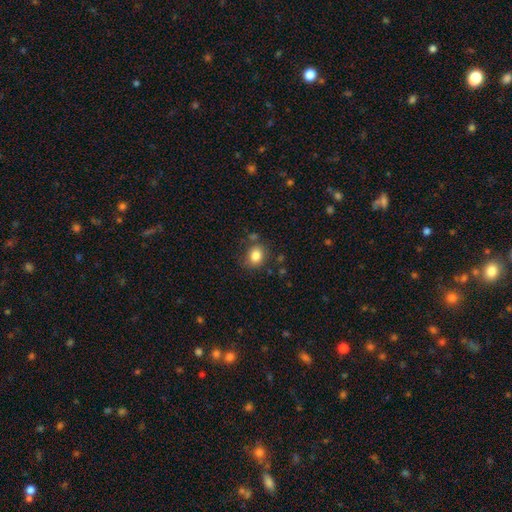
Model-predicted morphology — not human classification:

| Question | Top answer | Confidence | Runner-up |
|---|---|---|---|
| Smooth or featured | smooth | 83% | star or artifact (10%) |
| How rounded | round | 57% | in between (42%) |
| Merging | none | 76% | minor disturbance (15%) |